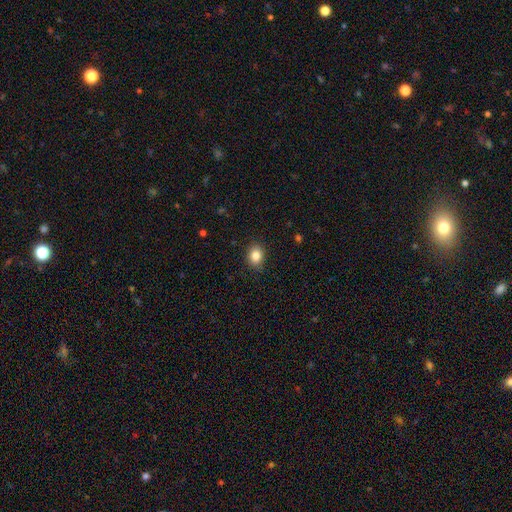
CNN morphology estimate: type=smooth (84%); roundness=in between (56%); merging=none (87%).